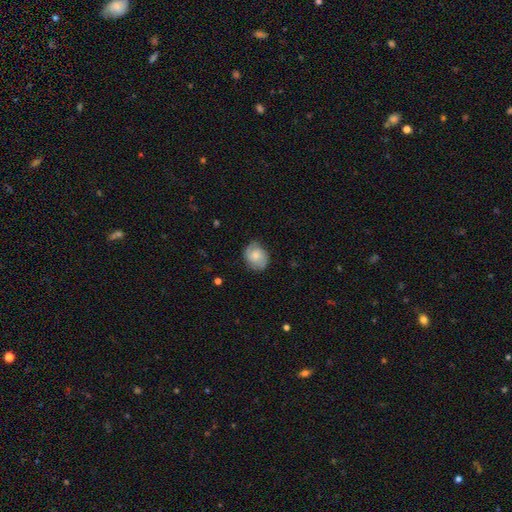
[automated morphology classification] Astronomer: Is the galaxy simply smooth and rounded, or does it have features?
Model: featured or disk — 51% (runner-up: smooth, 42%).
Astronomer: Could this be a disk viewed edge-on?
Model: no — 97%.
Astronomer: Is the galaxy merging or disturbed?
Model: none — 74%.